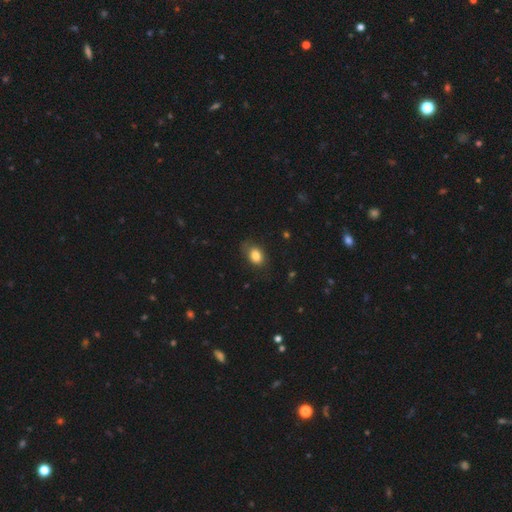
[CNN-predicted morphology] smooth 82%, featured or disk 10%, star or artifact 9%. Down the decision tree: how rounded — in between (73%); merging — none (72%).